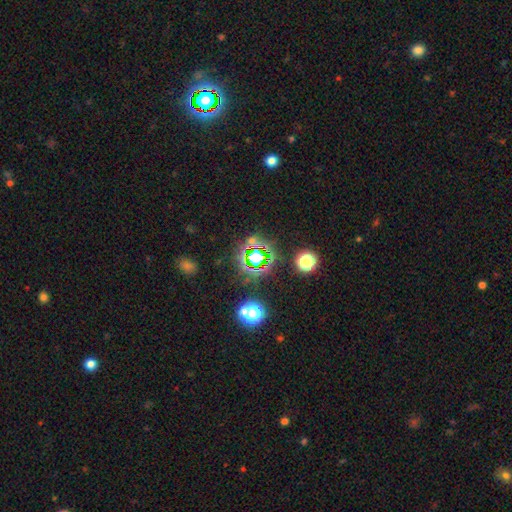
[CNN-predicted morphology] smooth-or-featured: star or artifact: 73% | smooth: 18% | featured or disk: 9%